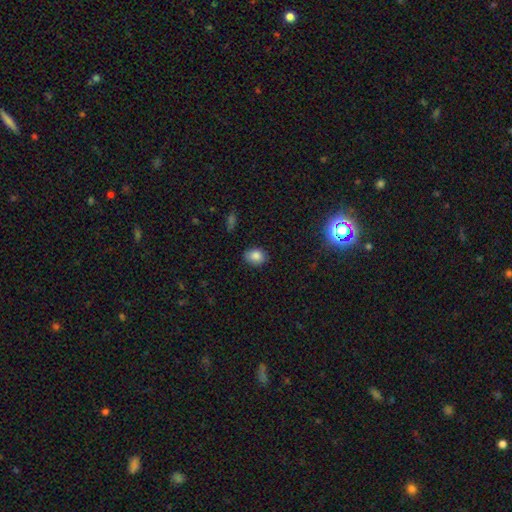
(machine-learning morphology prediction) type=smooth (84%); roundness=in between (55%); merging=none (83%).